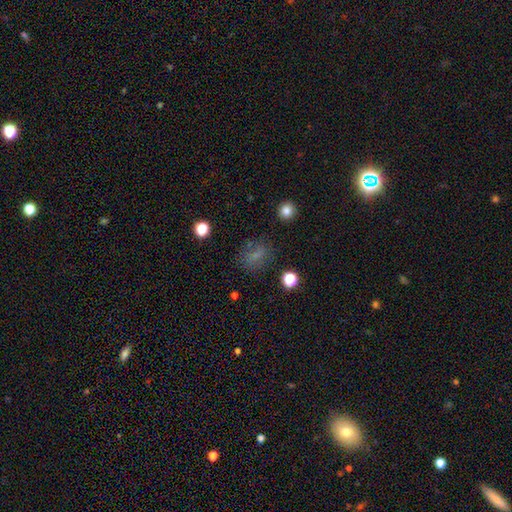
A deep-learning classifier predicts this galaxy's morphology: Q: Smooth or featured?
A: smooth (63%); runner-up: star or artifact (22%)
Q: How rounded?
A: in between (55%); runner-up: round (42%)
Q: Merging?
A: none (74%); runner-up: minor disturbance (15%)